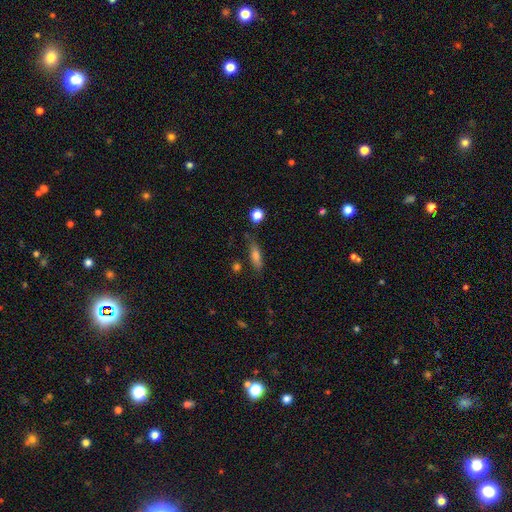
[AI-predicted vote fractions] smooth-or-featured: smooth: 68% | featured or disk: 22% | star or artifact: 10%
  how-rounded: cigar-shaped: 54% | in between: 42% | round: 4%
  merging: none: 74% | minor disturbance: 17% | major disturbance: 5% | merger: 4%